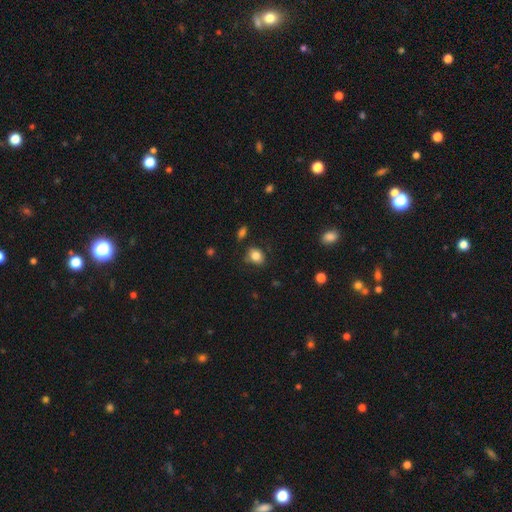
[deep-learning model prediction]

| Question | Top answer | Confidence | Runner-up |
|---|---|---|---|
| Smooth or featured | smooth | 83% | star or artifact (10%) |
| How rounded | in between | 54% | round (45%) |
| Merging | none | 74% | minor disturbance (18%) |